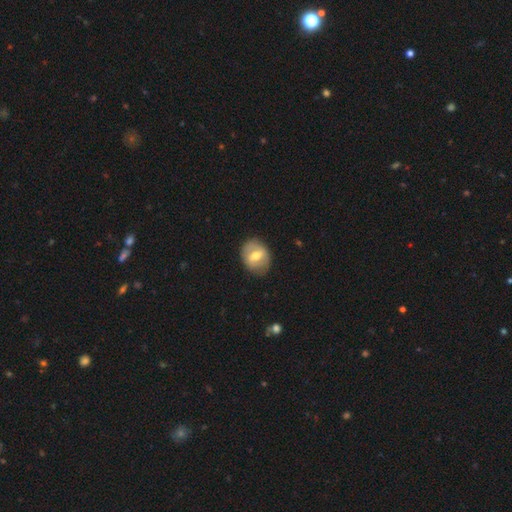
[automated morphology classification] type=smooth (49%); merging=none (82%).